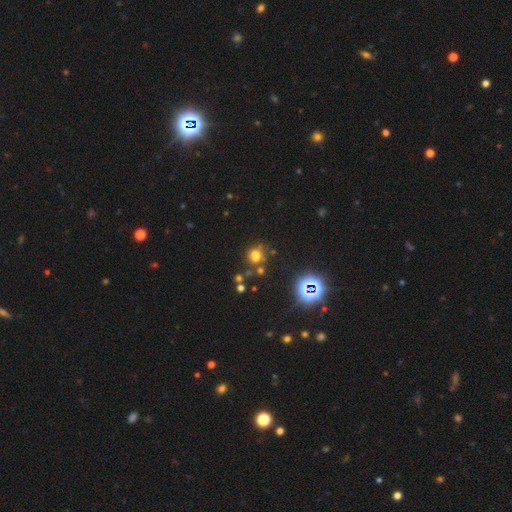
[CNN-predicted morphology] Overall: smooth (62%; star or artifact 29%). How rounded: round (75%). Merging: none (63%).